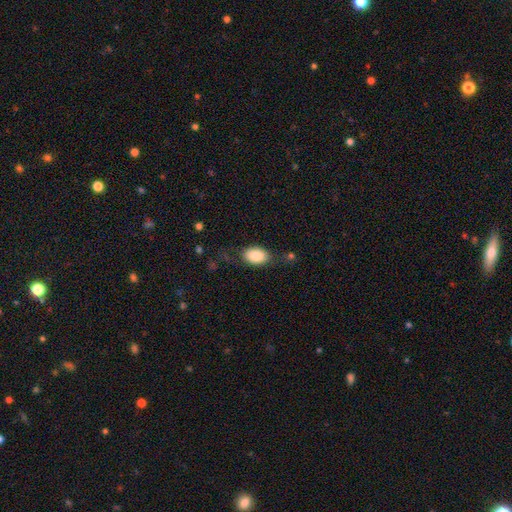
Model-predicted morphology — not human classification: This is clearly a smooth galaxy (85%). How rounded: clearly in between (86%). Merging: likely none (68%).